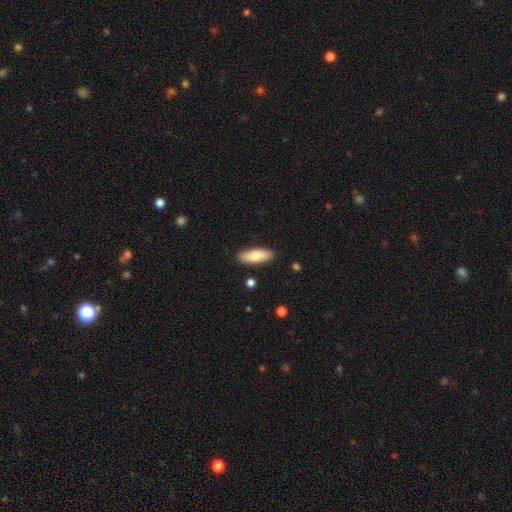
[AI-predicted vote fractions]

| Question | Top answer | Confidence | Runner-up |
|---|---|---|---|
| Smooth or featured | smooth | 80% | featured or disk (14%) |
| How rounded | in between | 73% | cigar-shaped (25%) |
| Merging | none | 88% | minor disturbance (8%) |